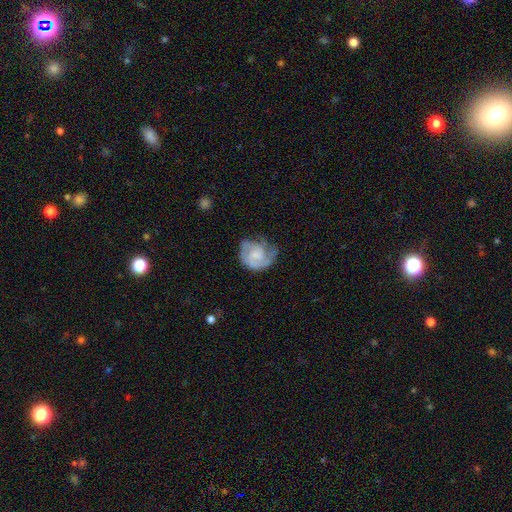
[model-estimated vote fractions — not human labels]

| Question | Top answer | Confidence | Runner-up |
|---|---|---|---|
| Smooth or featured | featured or disk | 70% | smooth (24%) |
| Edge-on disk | no | 98% | yes (2%) |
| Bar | no | 61% | weak (34%) |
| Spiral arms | yes | 89% | no (11%) |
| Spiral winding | tight | 49% | medium (38%) |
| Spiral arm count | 2 | 45% | can't tell (19%) |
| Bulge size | small | 36% | none (31%) |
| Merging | none | 54% | minor disturbance (27%) |